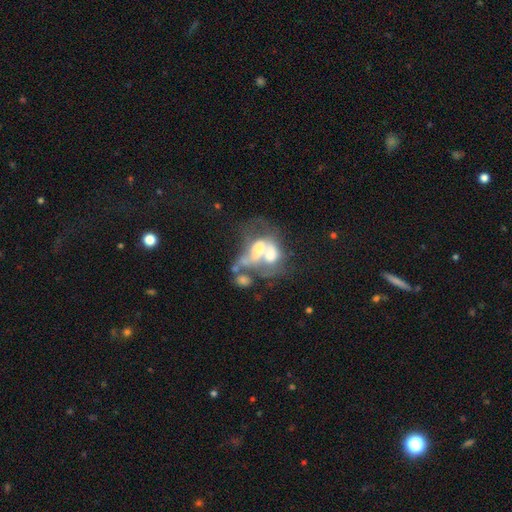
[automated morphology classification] smooth-or-featured: featured or disk: 55% | smooth: 34% | star or artifact: 11%
  disk-edge-on: no: 96% | yes: 4%
    bar: no: 81% | weak: 14% | strong: 5%
    has-spiral-arms: no: 80% | yes: 20%
    bulge-size: moderate: 41% | large: 23% | none: 17% | small: 14% | dominant: 5%
  merging: merger: 68% | major disturbance: 18% | none: 9% | minor disturbance: 6%